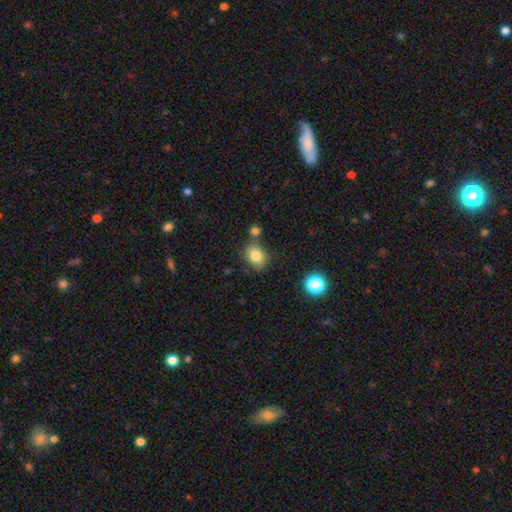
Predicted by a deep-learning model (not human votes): This appears to be a smooth galaxy with no disk features (82%) that is in between round and cigar-shaped (58%). Merging: none (65%).